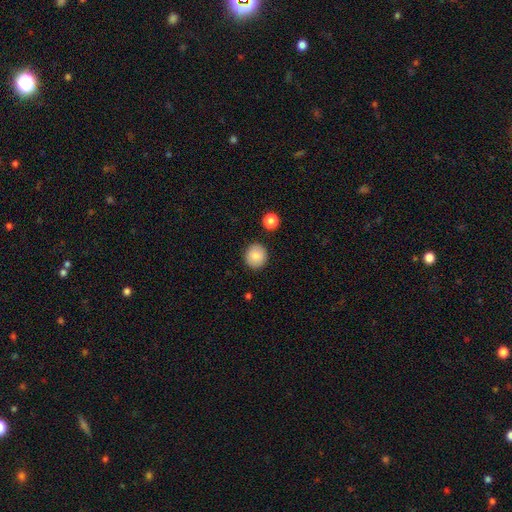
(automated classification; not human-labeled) Morphology: type=smooth (85%); roundness=round (89%); merging=none (90%).